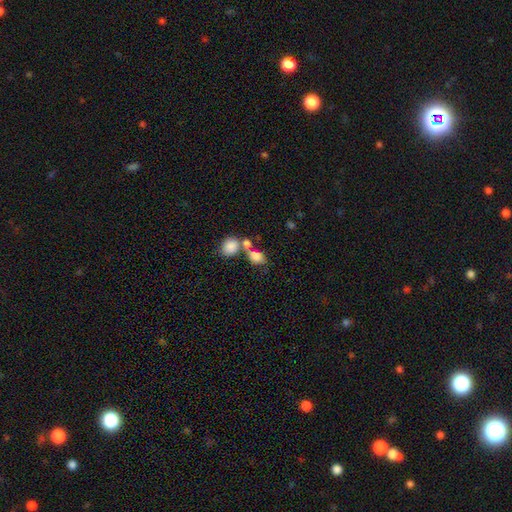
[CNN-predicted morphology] The model was most divided on "merging": merger: 55%, none: 28%, minor disturbance: 10%, major disturbance: 7%. More confident: smooth or featured — smooth (79%); how rounded — in between (70%).